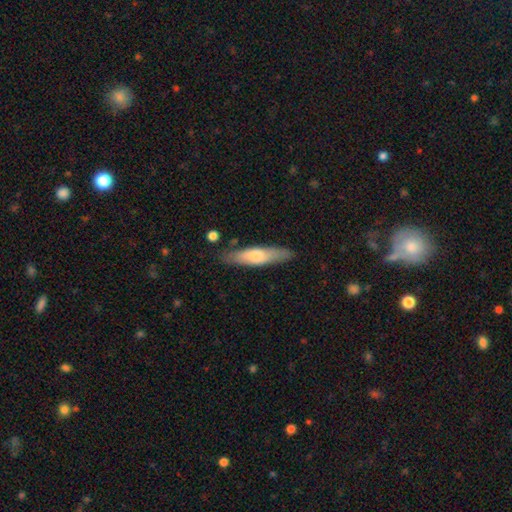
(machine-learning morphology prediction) A smooth galaxy with no disk features (60%) that is cigar-shaped (76%). Merging: none (83%).